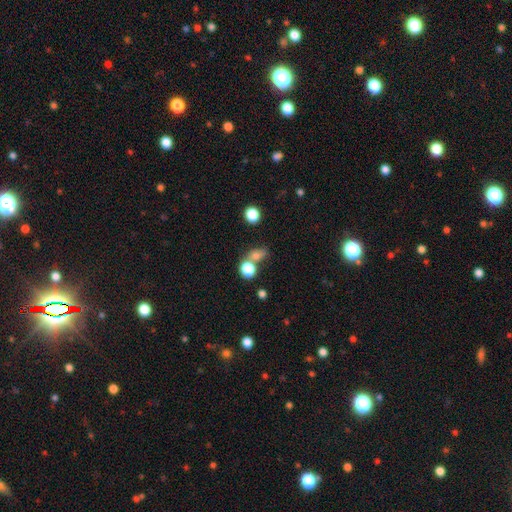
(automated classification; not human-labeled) Smooth or featured? smooth (73%)
How rounded? round (55%)
Merging? none (47%)